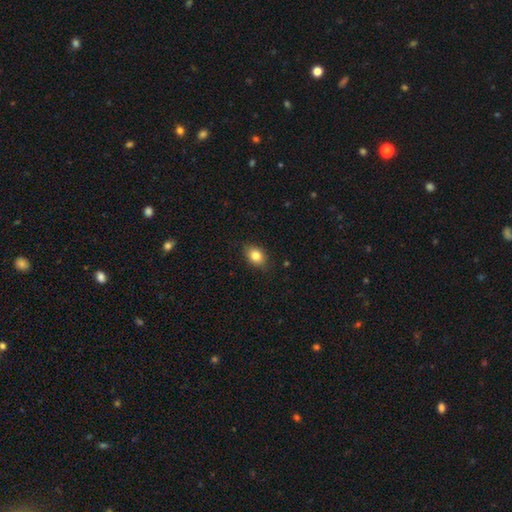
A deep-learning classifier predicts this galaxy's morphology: This appears to be a smooth galaxy with no disk features (81%) that is in between round and cigar-shaped (68%). Merging: none (84%).